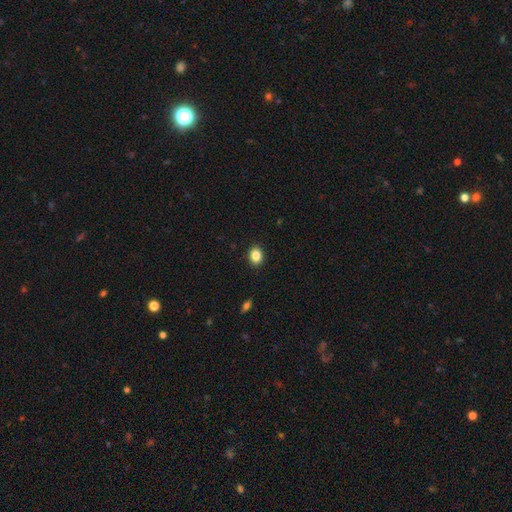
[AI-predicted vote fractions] Q: Smooth or featured?
A: smooth (86%); runner-up: star or artifact (10%)
Q: How rounded?
A: in between (55%); runner-up: round (44%)
Q: Merging?
A: none (91%); runner-up: minor disturbance (7%)